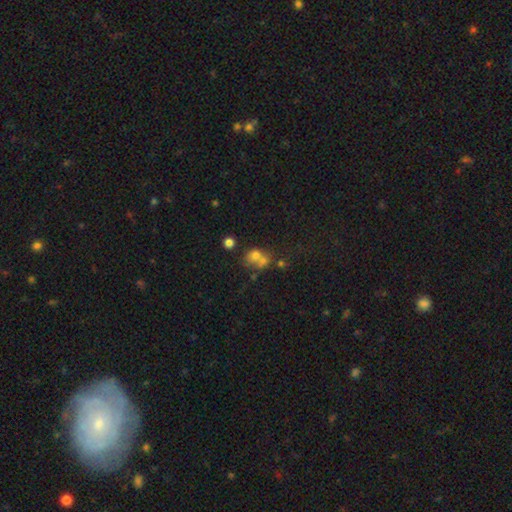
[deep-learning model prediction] A smooth galaxy with no disk features (65%) that is round (64%).

Vote fractions:
- Smooth or featured? smooth: 65% / featured or disk: 18% / star or artifact: 16%
- How rounded? round: 64% / in between: 35% / cigar-shaped: 1%
- Merging? merger: 55% / none: 29% / minor disturbance: 9% / major disturbance: 7%